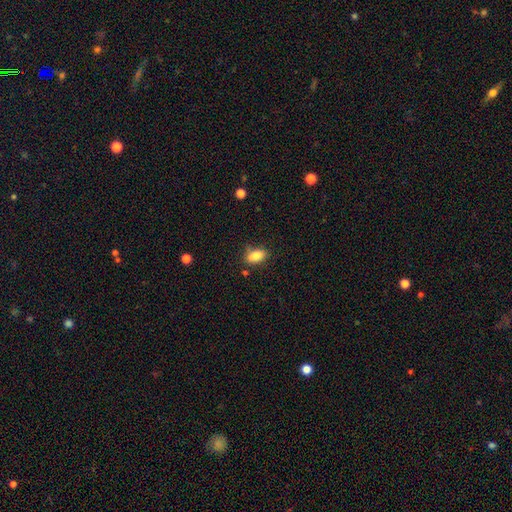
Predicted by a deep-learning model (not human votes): Overall: smooth (82%). How rounded: in between (87%). Merging: none (74%).